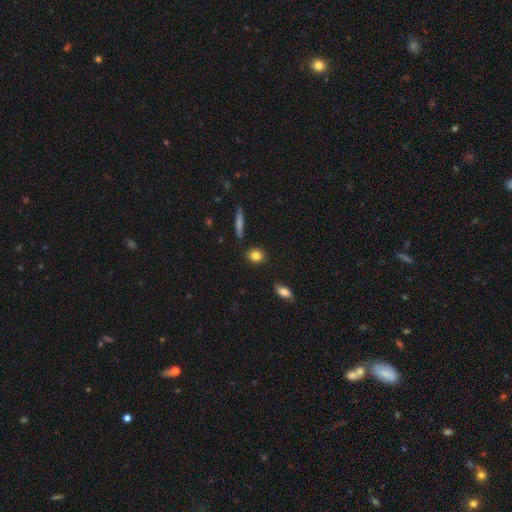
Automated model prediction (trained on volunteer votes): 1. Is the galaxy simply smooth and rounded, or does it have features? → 84% smooth, 9% star or artifact, 7% featured or disk.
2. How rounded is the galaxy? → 65% round, 31% in between, 4% cigar-shaped.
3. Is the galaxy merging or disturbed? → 87% none, 8% minor disturbance, 3% merger, 2% major disturbance.